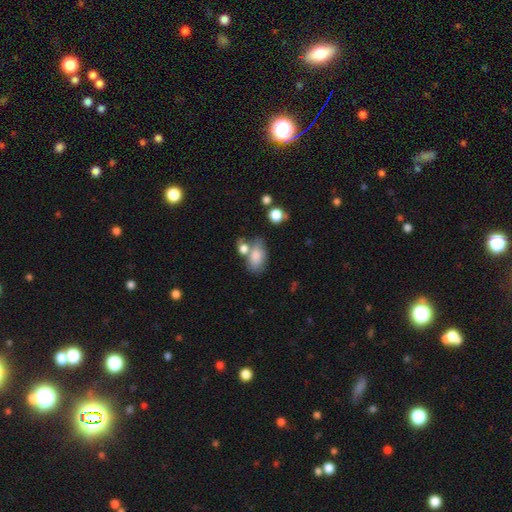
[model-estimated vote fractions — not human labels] smooth_or_featured: smooth (p=0.79) [alt: featured or disk p=0.12]
how_rounded: in between (p=0.89) [alt: round p=0.09]
merging: none (p=0.45) [alt: merger p=0.30]